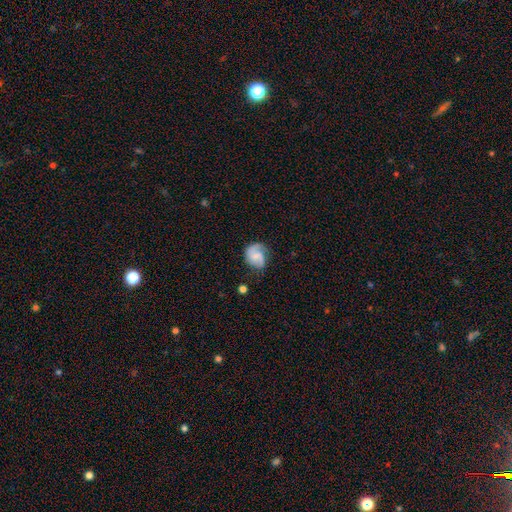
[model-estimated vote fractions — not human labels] Overall: featured or disk (63%; smooth 31%). Edge-on disk: no (98%). Bar: no (56%; weak 37%). Spiral arms: yes (92%). Spiral arm count: 2 (63%; 1 23%). Spiral winding: medium (43%; tight 31%). Bulge size: small (49%; moderate 27%). Merging: none (60%; minor disturbance 25%).